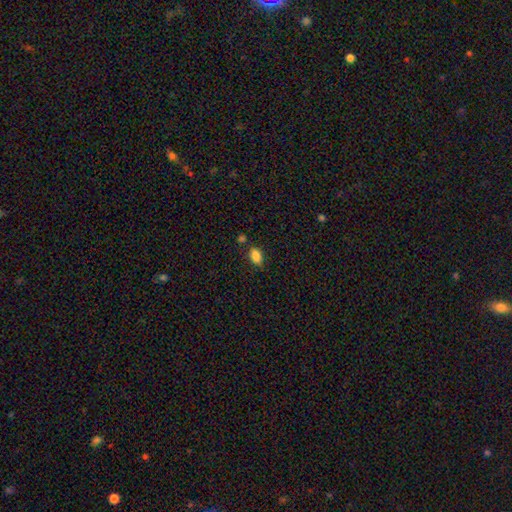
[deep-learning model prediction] This is clearly a smooth galaxy (86%). How rounded: clearly in between (86%). Merging: likely none (70%).